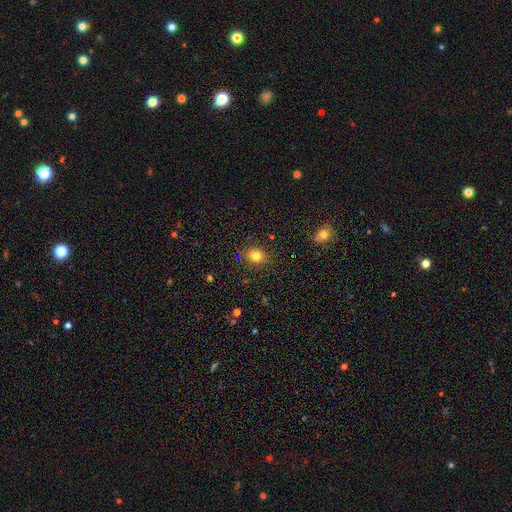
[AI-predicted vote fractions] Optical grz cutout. It shows a smooth galaxy with no disk features (80%) that is round (67%). Merging: none (88%).